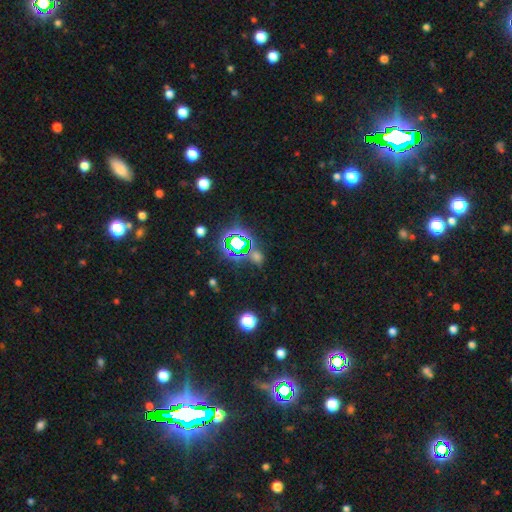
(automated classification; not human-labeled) smooth-or-featured: star or artifact: 60% | smooth: 32% | featured or disk: 8%